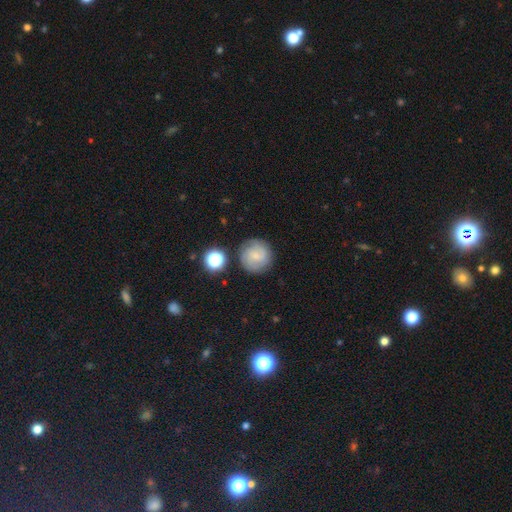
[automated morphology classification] This is possibly a featured or disk galaxy (47%). Merging: clearly none (81%).